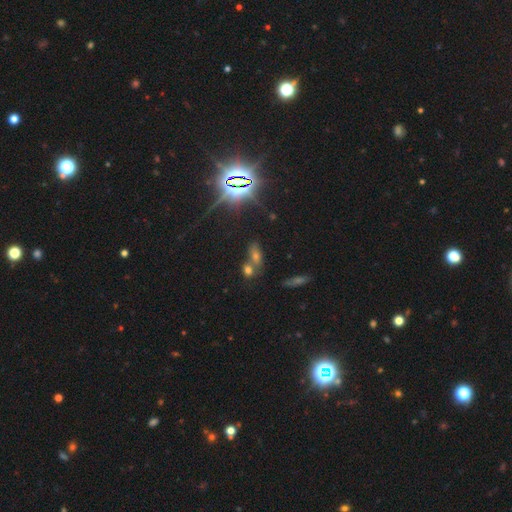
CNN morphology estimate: star or artifact 49%, smooth 34%, featured or disk 16%.